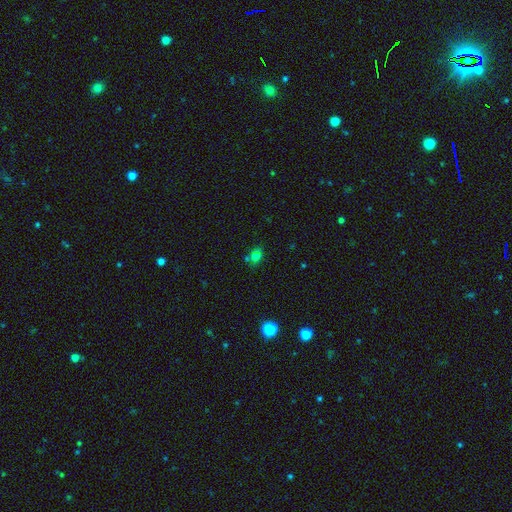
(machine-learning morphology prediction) A smooth galaxy with no disk features (71%) that is round (54%).

Vote fractions:
- Smooth or featured? smooth: 71% / star or artifact: 19% / featured or disk: 10%
- How rounded? round: 54% / in between: 45% / cigar-shaped: 1%
- Merging? none: 63% / merger: 18% / minor disturbance: 15% / major disturbance: 5%